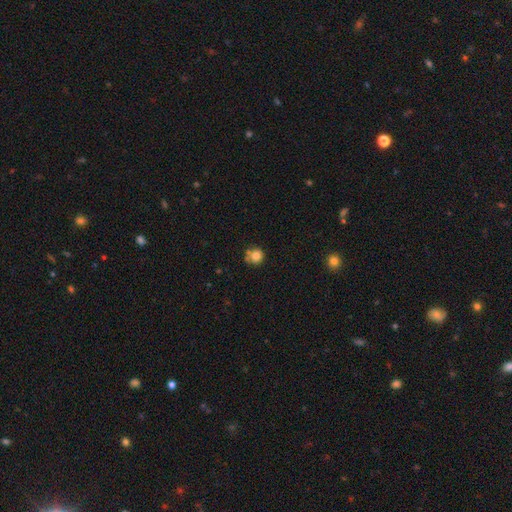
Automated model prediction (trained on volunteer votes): Overall: smooth (81%). How rounded: round (90%). Merging: none (65%).